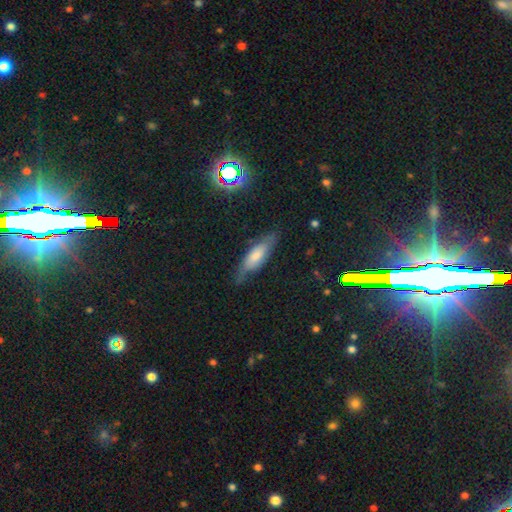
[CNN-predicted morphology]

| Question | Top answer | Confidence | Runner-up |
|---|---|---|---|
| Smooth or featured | smooth | 49% | featured or disk (39%) |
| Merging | none | 72% | minor disturbance (21%) |